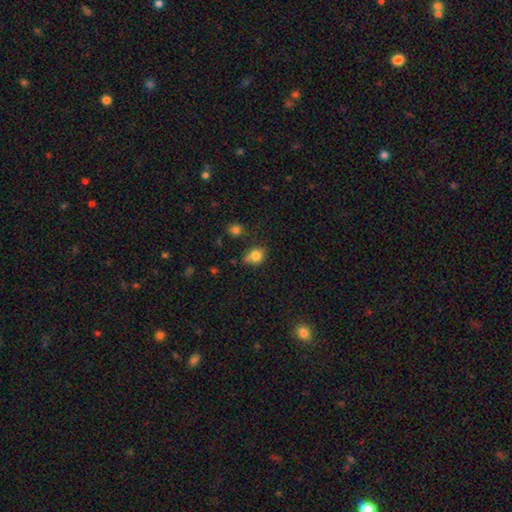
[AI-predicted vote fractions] The model was most divided on "how rounded": round: 56%, in between: 42%, cigar-shaped: 1%. More confident: smooth or featured — smooth (81%); merging — none (55%).